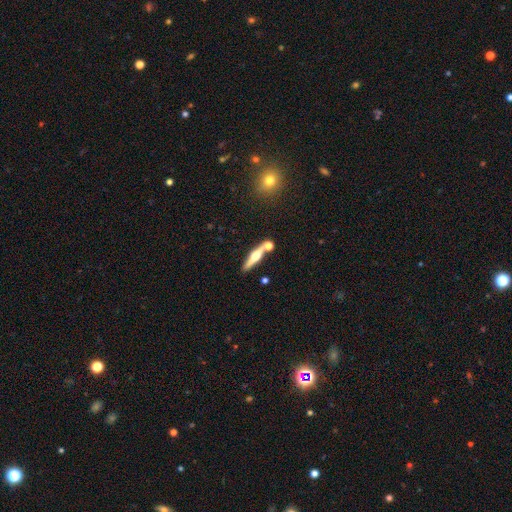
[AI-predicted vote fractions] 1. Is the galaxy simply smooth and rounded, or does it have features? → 64% featured or disk, 30% smooth, 7% star or artifact.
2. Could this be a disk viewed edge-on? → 95% yes, 5% no.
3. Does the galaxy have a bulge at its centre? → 95% rounded, 3% boxy, 3% none.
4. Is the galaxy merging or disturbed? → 73% none, 15% merger, 9% minor disturbance, 3% major disturbance.